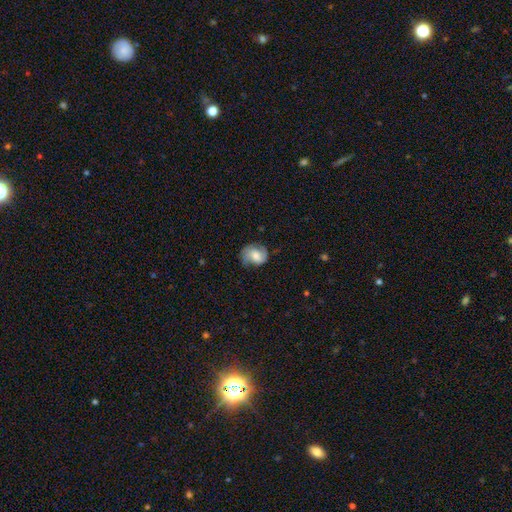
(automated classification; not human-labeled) The model was most divided on "smooth or featured" (2-way tie): featured or disk: 46%, smooth: 46%, star or artifact: 8%. More confident: merging — none (58%).